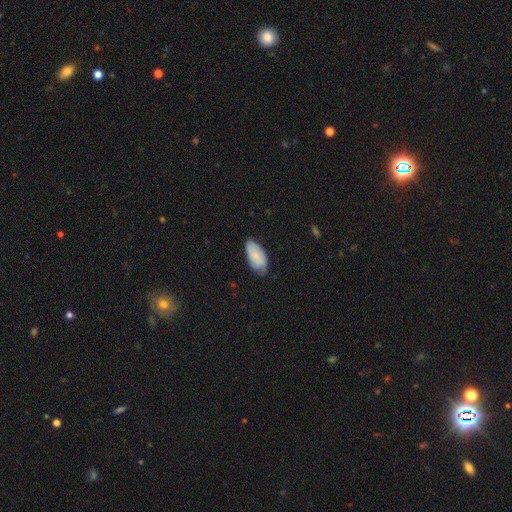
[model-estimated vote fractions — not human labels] smooth_or_featured: smooth (p=0.63) [alt: featured or disk p=0.31]
how_rounded: in between (p=0.93) [alt: cigar-shaped p=0.04]
merging: none (p=0.63) [alt: minor disturbance p=0.30]